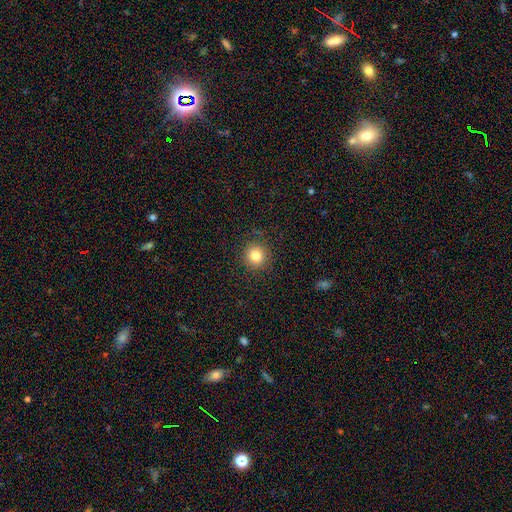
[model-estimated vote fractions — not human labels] smooth-or-featured: smooth: 81% | star or artifact: 12% | featured or disk: 7%
  how-rounded: round: 93% | in between: 6% | cigar-shaped: 1%
  merging: none: 90% | minor disturbance: 6% | major disturbance: 3% | merger: 1%